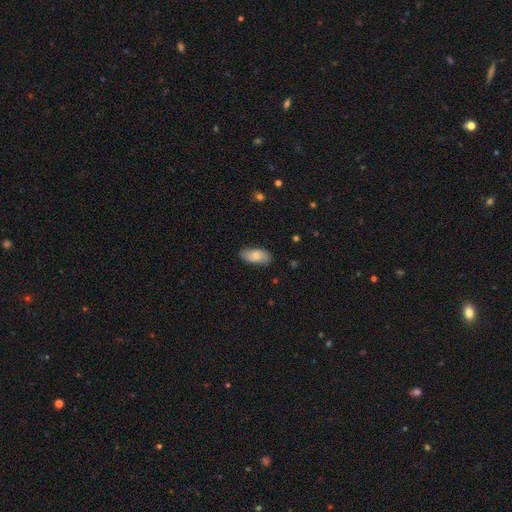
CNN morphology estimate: This is likely a smooth galaxy (77%). How rounded: clearly in between (90%). Merging: clearly none (81%).